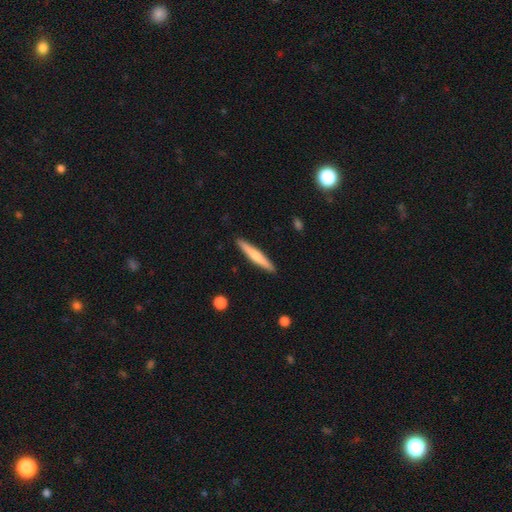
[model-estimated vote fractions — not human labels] Smooth or featured? smooth (60%)
How rounded? cigar-shaped (94%)
Merging? none (91%)